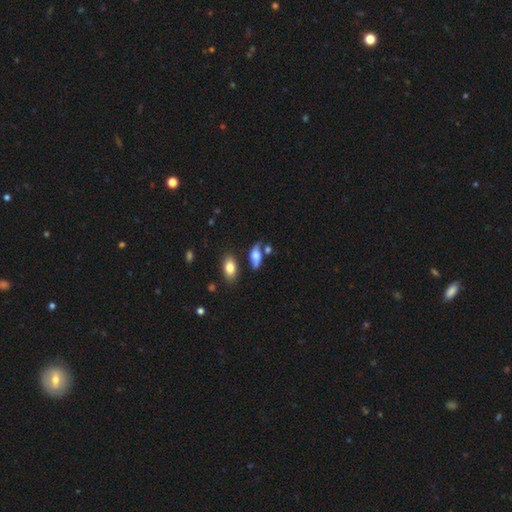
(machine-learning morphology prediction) smooth 56%, featured or disk 35%, star or artifact 10%. Down the decision tree: how rounded — in between (79%); merging — none (58%).